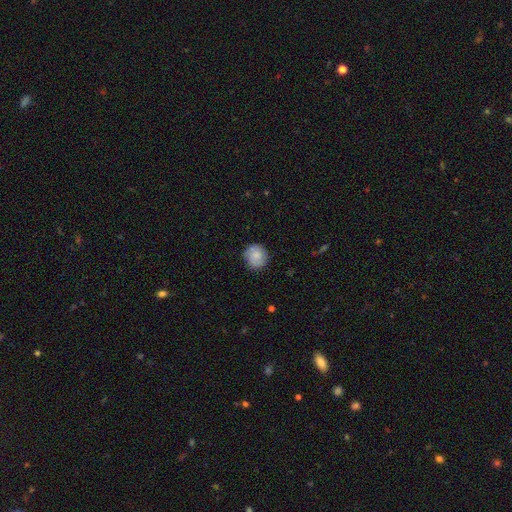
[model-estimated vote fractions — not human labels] A smooth galaxy with no disk features (76%) that is round (87%).

Vote fractions:
- Smooth or featured? smooth: 76% / featured or disk: 16% / star or artifact: 7%
- How rounded? round: 87% / in between: 12% / cigar-shaped: 1%
- Merging? none: 80% / minor disturbance: 16% / major disturbance: 3% / merger: 1%